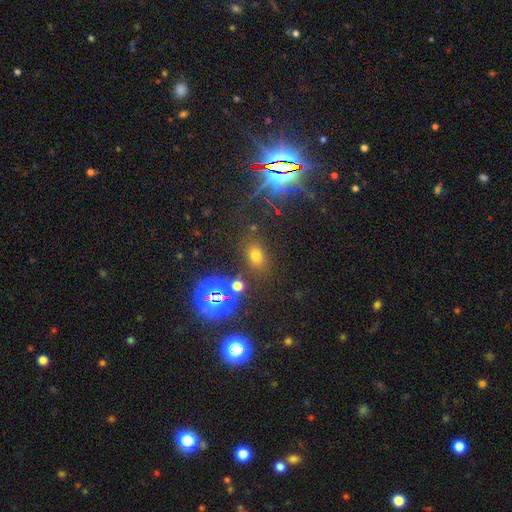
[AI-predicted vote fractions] smooth-or-featured: smooth: 58% | star or artifact: 34% | featured or disk: 8%
  how-rounded: in between: 70% | round: 28% | cigar-shaped: 2%
  merging: none: 79% | minor disturbance: 10% | merger: 5% | major disturbance: 5%